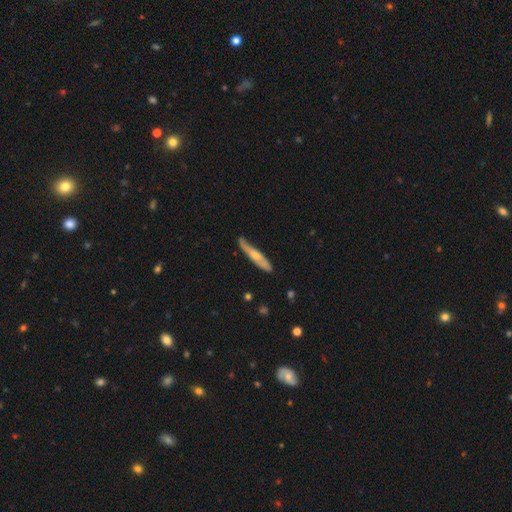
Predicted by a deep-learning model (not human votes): Smooth or featured?
  - smooth: 49% *
  - featured or disk: 46%
  - star or artifact: 5%
Merging?
  - none: 67% *
  - minor disturbance: 26%
  - major disturbance: 5%
  - merger: 2%